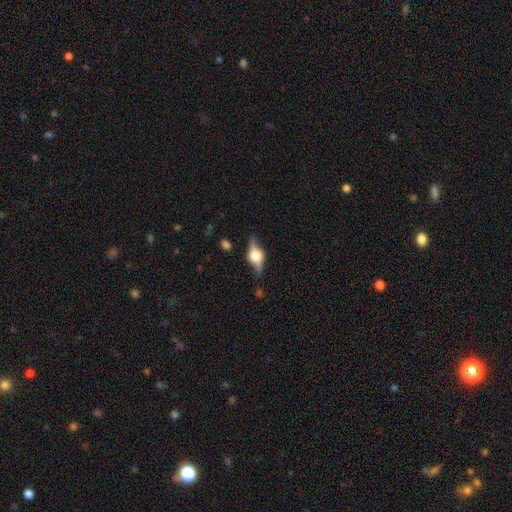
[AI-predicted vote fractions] A featured or disk galaxy (73%) viewed edge-on (89%) with a rounded central bulge (91%).

Vote fractions:
- Smooth or featured? featured or disk: 73% / smooth: 20% / star or artifact: 7%
- Edge-on disk? yes: 89% / no: 11%
- Edge-on bulge? rounded: 91% / boxy: 8% / none: 1%
- Merging? none: 75% / minor disturbance: 17% / major disturbance: 6% / merger: 2%